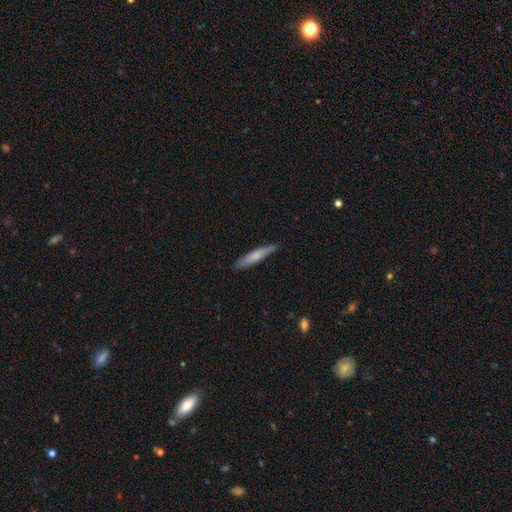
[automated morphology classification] type=smooth (68%); roundness=cigar-shaped (92%); merging=none (87%).